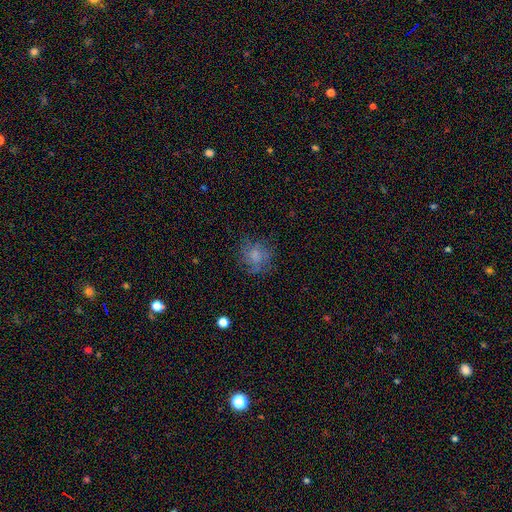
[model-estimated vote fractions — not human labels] This is possibly a smooth galaxy (53%). How rounded: likely round (78%). Merging: likely none (66%).